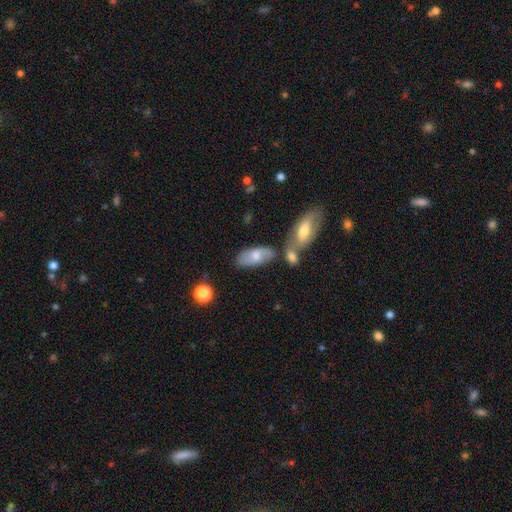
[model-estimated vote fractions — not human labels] A smooth galaxy with no disk features (64%) that is in between round and cigar-shaped (88%). Merging: none (57%).